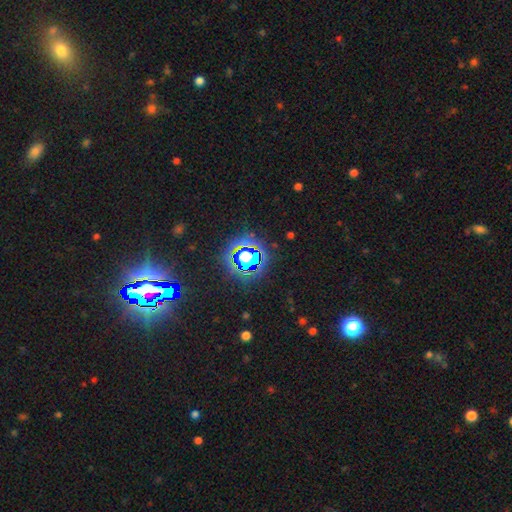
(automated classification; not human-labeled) Morphology: type=star or artifact (80%).